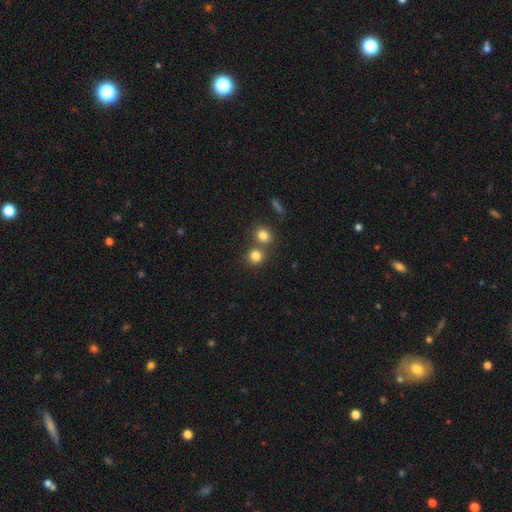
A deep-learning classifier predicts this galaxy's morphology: The model was most divided on "merging": none: 58%, merger: 32%, minor disturbance: 7%, major disturbance: 3%. More confident: how rounded — round (86%); smooth or featured — smooth (81%).